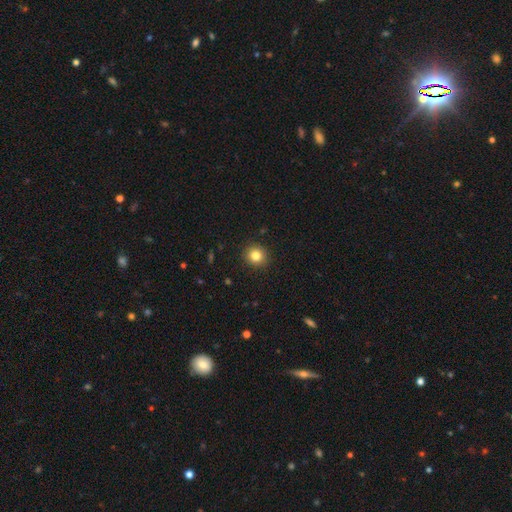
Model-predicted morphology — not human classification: The model was most divided on "smooth or featured": smooth: 82%, star or artifact: 11%, featured or disk: 6%. More confident: merging — none (92%); how rounded — round (89%).